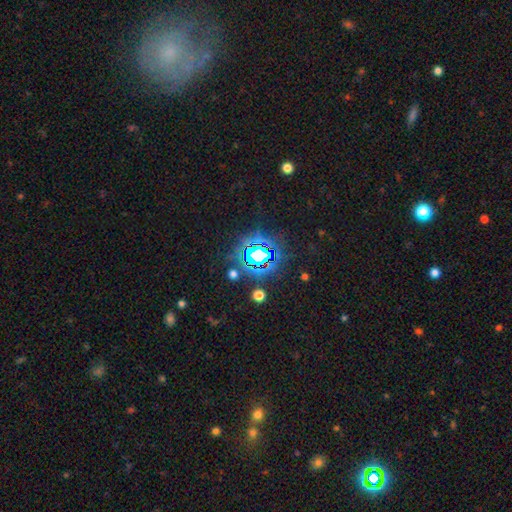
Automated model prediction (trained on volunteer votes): A star or artifact, not a galaxy (73%).

Vote fractions:
- Smooth or featured? star or artifact: 73% / smooth: 16% / featured or disk: 11%